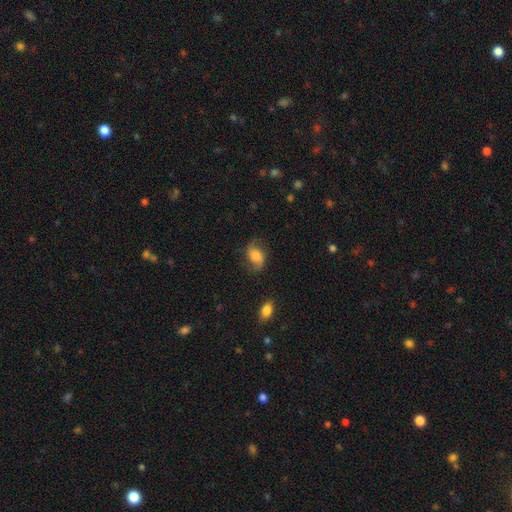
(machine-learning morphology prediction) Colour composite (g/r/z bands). It shows a smooth galaxy with no disk features (46%). Merging: none (66%).